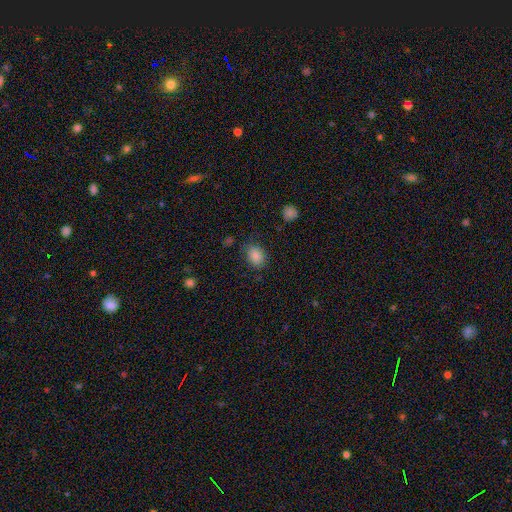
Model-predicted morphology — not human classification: smooth 85%, star or artifact 10%, featured or disk 5%. Down the decision tree: how rounded — in between (65%); merging — none (77%).